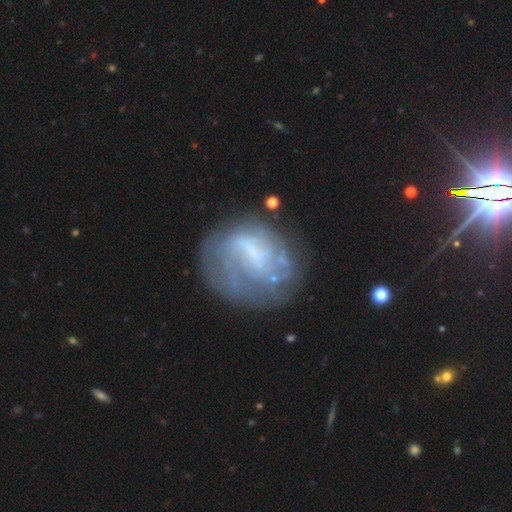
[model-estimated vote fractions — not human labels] smooth-or-featured: featured or disk: 64% | smooth: 25% | star or artifact: 11%
  disk-edge-on: no: 97% | yes: 3%
    bar: no: 44% | weak: 38% | strong: 18%
    has-spiral-arms: yes: 53% | no: 47%
    bulge-size: none: 51% | small: 26% | moderate: 17% | large: 5% | dominant: 2%
  merging: none: 55% | major disturbance: 21% | minor disturbance: 20% | merger: 4%